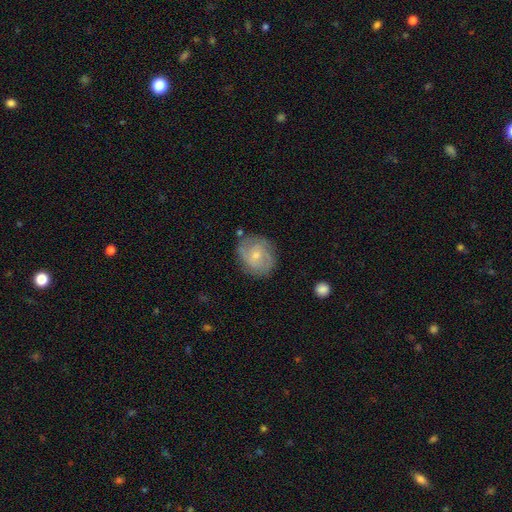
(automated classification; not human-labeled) Q: Smooth or featured?
A: featured or disk (64%); runner-up: smooth (29%)
Q: Edge-on disk?
A: no (97%); runner-up: yes (3%)
Q: Bar?
A: no (60%); runner-up: weak (35%)
Q: Spiral arms?
A: yes (86%); runner-up: no (14%)
Q: Spiral winding?
A: tight (47%); runner-up: medium (40%)
Q: Spiral arm count?
A: 2 (46%); runner-up: can't tell (27%)
Q: Bulge size?
A: small (60%); runner-up: moderate (35%)
Q: Merging?
A: none (74%); runner-up: minor disturbance (18%)